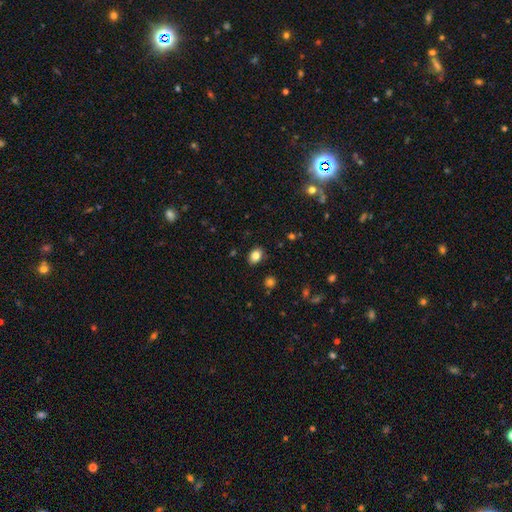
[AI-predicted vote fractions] Smooth or featured?
  - smooth: 83% *
  - star or artifact: 10%
  - featured or disk: 7%
How rounded?
  - in between: 71% *
  - round: 28%
  - cigar-shaped: 1%
Merging?
  - none: 87% *
  - minor disturbance: 9%
  - major disturbance: 2%
  - merger: 1%